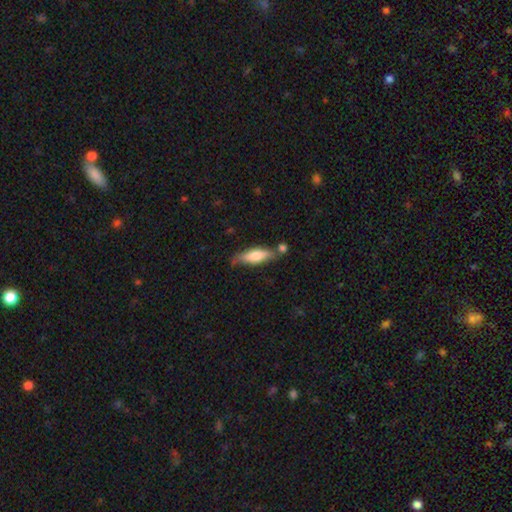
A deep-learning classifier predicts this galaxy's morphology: This is likely a smooth galaxy (63%). How rounded: possibly cigar-shaped (52%). Merging: likely none (62%).